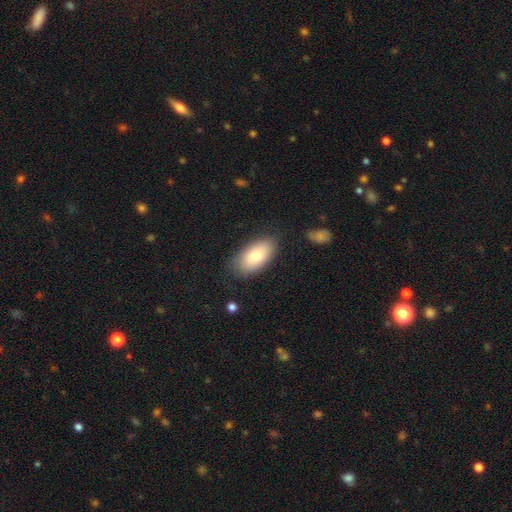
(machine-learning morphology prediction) Smooth or featured?
  - smooth: 79% *
  - featured or disk: 15%
  - star or artifact: 6%
How rounded?
  - in between: 94% *
  - cigar-shaped: 4%
  - round: 3%
Merging?
  - none: 81% *
  - minor disturbance: 14%
  - major disturbance: 4%
  - merger: 2%